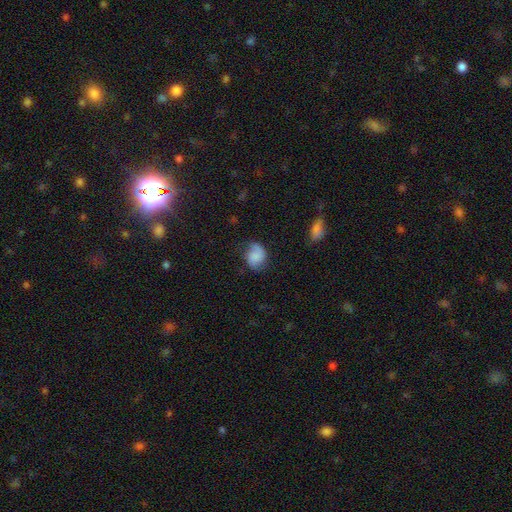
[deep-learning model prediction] Morphology: type=smooth (65%); roundness=in between (52%); merging=none (57%).